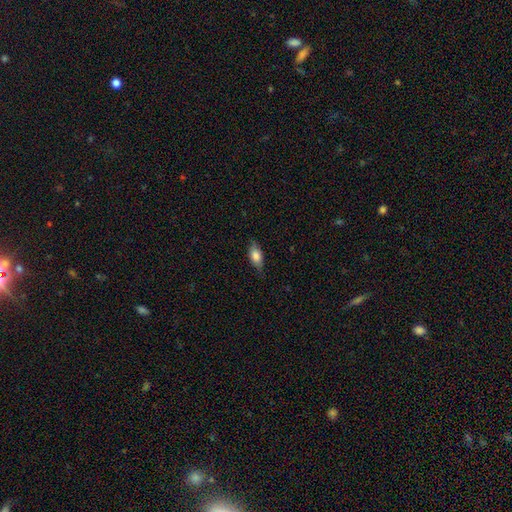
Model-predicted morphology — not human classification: smooth-or-featured: smooth: 75% | featured or disk: 18% | star or artifact: 7%
  how-rounded: in between: 84% | cigar-shaped: 11% | round: 5%
  merging: none: 77% | minor disturbance: 18% | major disturbance: 3% | merger: 1%